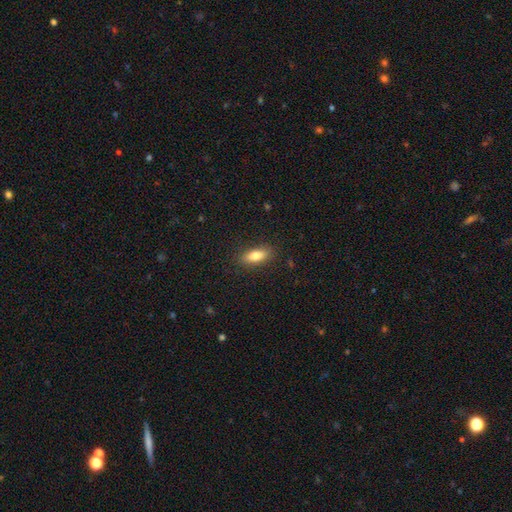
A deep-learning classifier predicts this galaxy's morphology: A smooth galaxy with no disk features (80%) that is in between round and cigar-shaped (75%).

Vote fractions:
- Smooth or featured? smooth: 80% / featured or disk: 13% / star or artifact: 7%
- How rounded? in between: 75% / cigar-shaped: 22% / round: 3%
- Merging? none: 86% / minor disturbance: 10% / major disturbance: 3% / merger: 1%